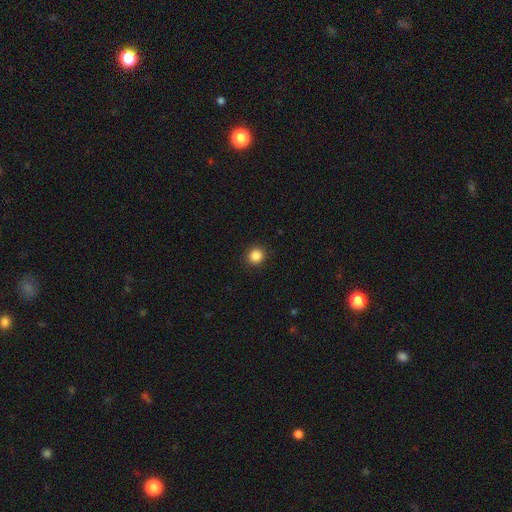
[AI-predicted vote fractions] smooth-or-featured: smooth: 86% | star or artifact: 10% | featured or disk: 3%
  how-rounded: round: 91% | in between: 8% | cigar-shaped: 1%
  merging: none: 92% | minor disturbance: 5% | major disturbance: 2% | merger: 1%